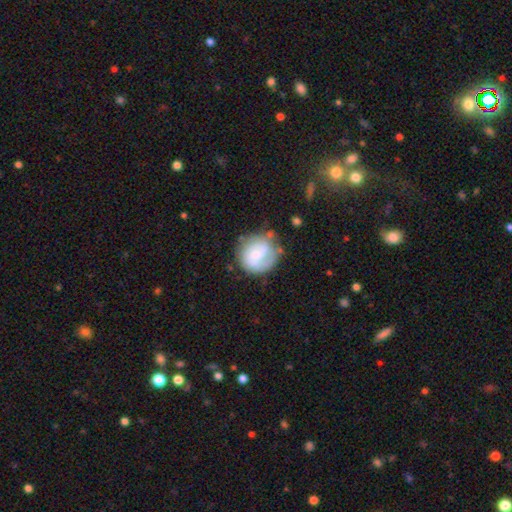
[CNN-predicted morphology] Smooth or featured? featured or disk (57%)
Edge-on disk? no (98%)
Bar? no (59%)
Spiral arms? yes (85%)
Bulge size? small (50%)
Merging? none (62%)